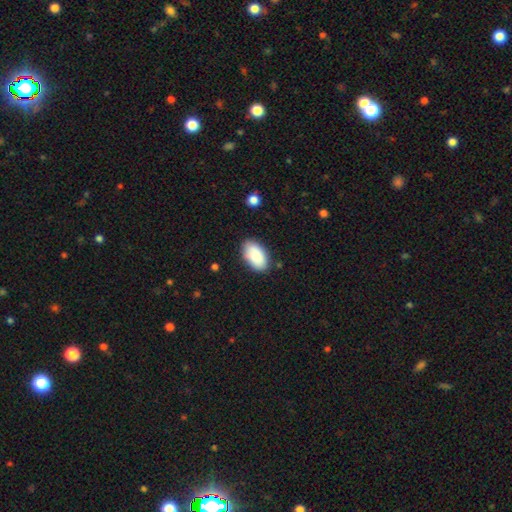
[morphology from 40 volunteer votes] Volunteers were most divided on "merging": none: 78%, minor disturbance: 16%, merger: 5%, major disturbance: 0%. More confident: how rounded — in between (97%); smooth or featured — smooth (90%).